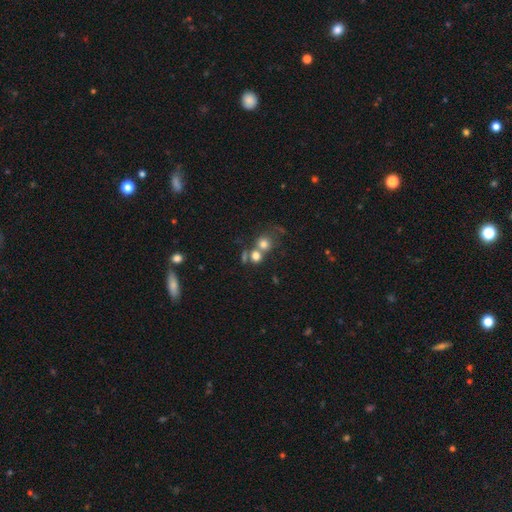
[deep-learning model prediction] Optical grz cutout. It shows a smooth galaxy with no disk features (71%) that is round (76%). Merging: merger (46%).